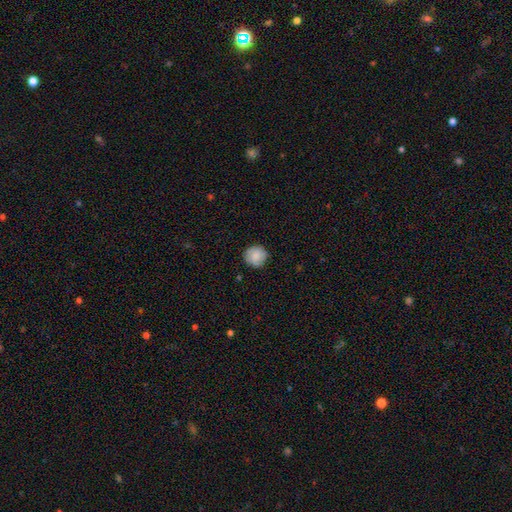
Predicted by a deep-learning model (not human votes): Morphology: type=smooth (83%); roundness=round (93%); merging=none (86%).